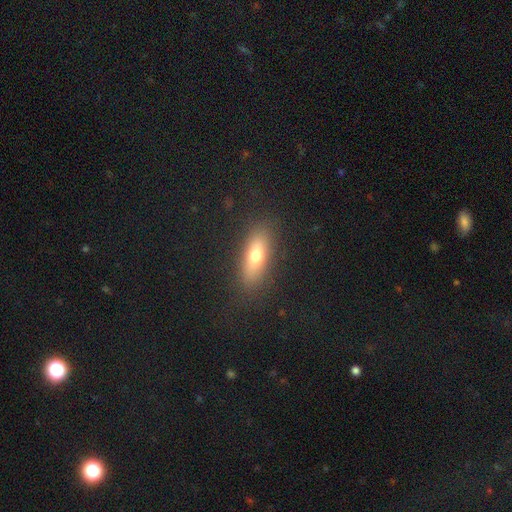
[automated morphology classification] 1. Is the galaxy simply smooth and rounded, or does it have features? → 70% smooth, 21% featured or disk, 9% star or artifact.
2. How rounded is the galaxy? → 64% in between, 31% cigar-shaped, 5% round.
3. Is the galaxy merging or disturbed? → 85% none, 10% minor disturbance, 4% major disturbance, 1% merger.